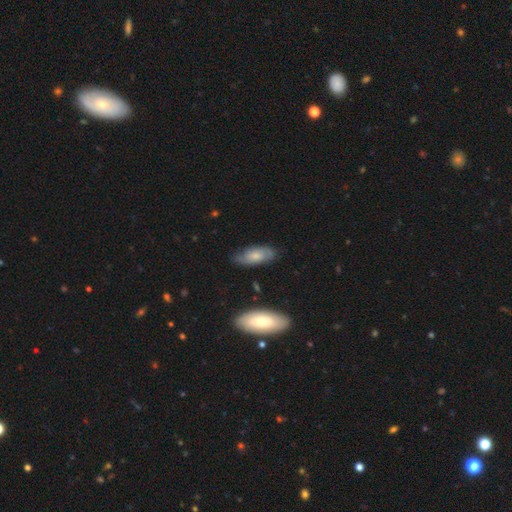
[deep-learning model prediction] Smooth or featured?
  - smooth: 57% *
  - featured or disk: 37%
  - star or artifact: 7%
How rounded?
  - in between: 81% *
  - cigar-shaped: 16%
  - round: 3%
Merging?
  - none: 73% *
  - minor disturbance: 20%
  - major disturbance: 4%
  - merger: 2%